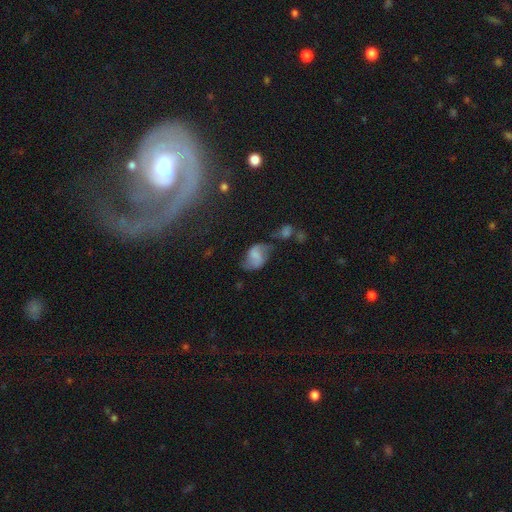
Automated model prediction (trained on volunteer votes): A smooth galaxy with no disk features (47%). Merging: none (42%).